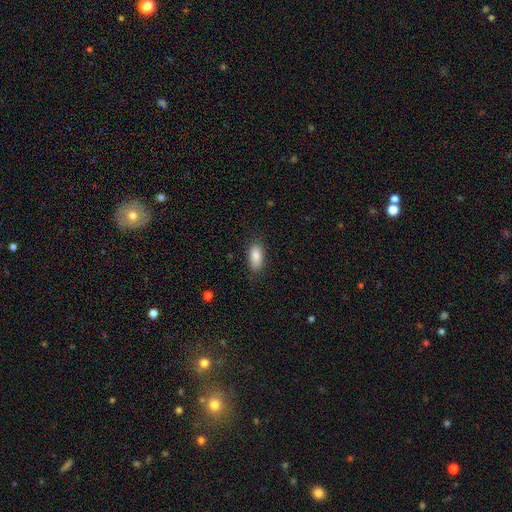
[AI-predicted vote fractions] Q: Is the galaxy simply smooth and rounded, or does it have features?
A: smooth — 86%.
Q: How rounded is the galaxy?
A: in between — 89%.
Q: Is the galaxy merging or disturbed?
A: none — 80%.